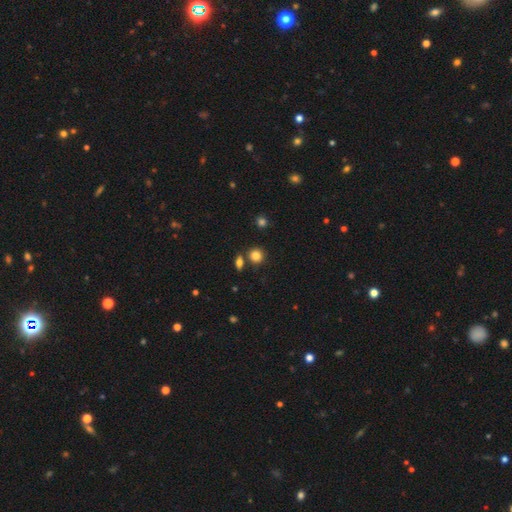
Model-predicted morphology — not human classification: This appears to be a smooth galaxy with no disk features (82%) that is round (82%). Merging: none (75%).